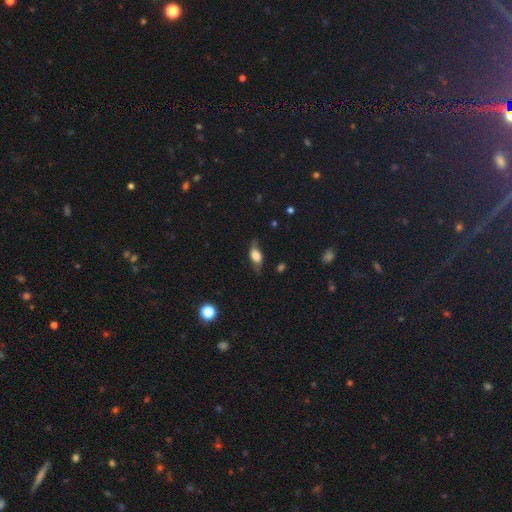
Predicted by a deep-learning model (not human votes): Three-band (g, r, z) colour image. It shows a smooth galaxy with no disk features (60%) that is in between round and cigar-shaped (78%). Merging: none (62%).